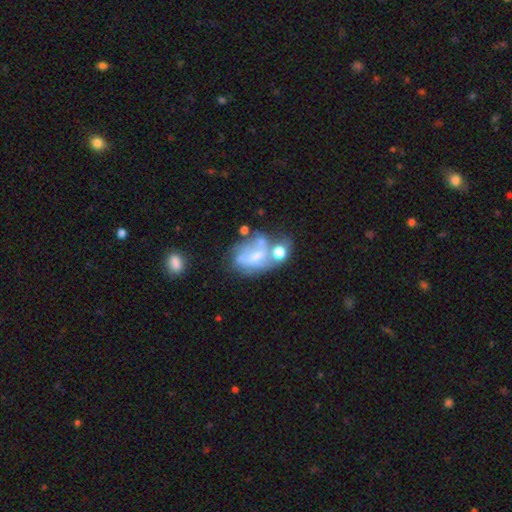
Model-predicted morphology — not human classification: Smooth or featured?
  - featured or disk: 58% *
  - smooth: 30%
  - star or artifact: 12%
Edge-on disk?
  - no: 97% *
  - yes: 3%
Bar?
  - no: 63% *
  - weak: 28%
  - strong: 10%
Spiral arms?
  - no: 64% *
  - yes: 36%
Bulge size?
  - small: 47% *
  - moderate: 29%
  - none: 19%
  - large: 3%
  - dominant: 1%
Merging?
  - merger: 32% *
  - none: 27%
  - major disturbance: 23%
  - minor disturbance: 18%